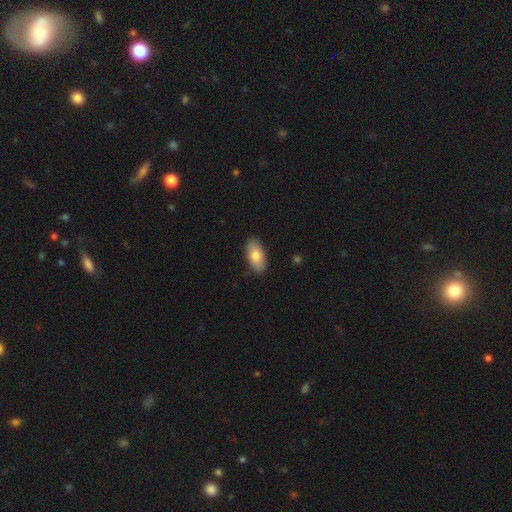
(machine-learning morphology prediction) This appears to be a smooth galaxy with no disk features (81%) that is in between round and cigar-shaped (93%). Merging: none (88%).